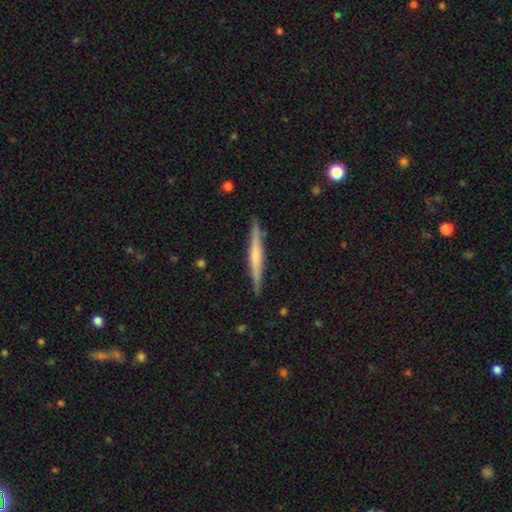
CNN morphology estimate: A featured or disk galaxy (55%) viewed edge-on (98%) with a rounded central bulge (41%, tied with none). Merging: none (90%).